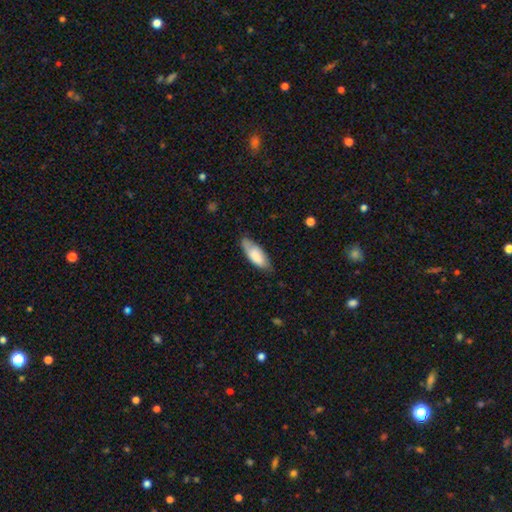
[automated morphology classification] Smooth or featured?
  - smooth: 78% *
  - featured or disk: 16%
  - star or artifact: 6%
How rounded?
  - in between: 75% *
  - cigar-shaped: 24%
  - round: 2%
Merging?
  - none: 66% *
  - minor disturbance: 27%
  - major disturbance: 5%
  - merger: 2%